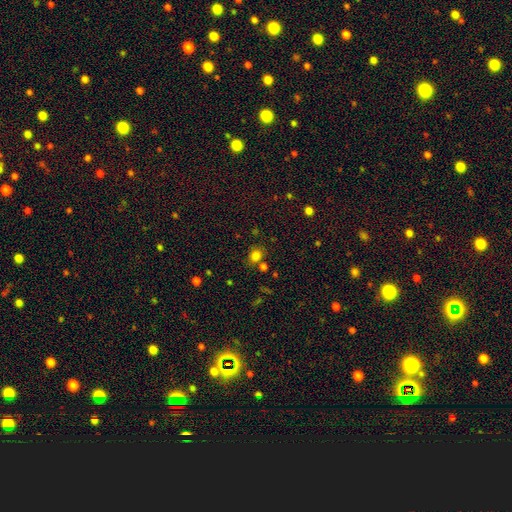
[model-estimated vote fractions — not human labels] Overall: smooth (78%). How rounded: round (68%; in between 31%). Merging: none (72%).